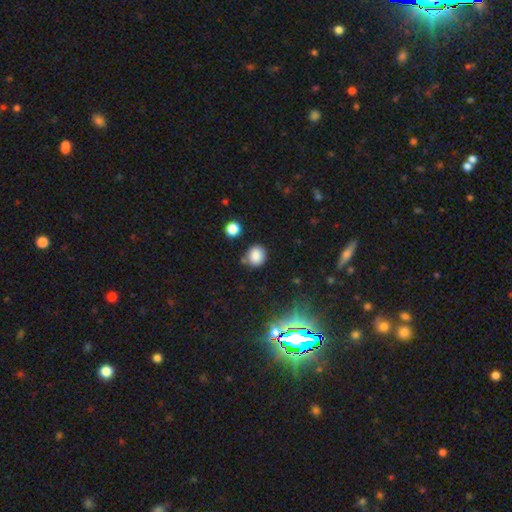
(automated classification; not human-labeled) Smooth or featured?
  - smooth: 83% *
  - star or artifact: 12%
  - featured or disk: 5%
How rounded?
  - round: 76% *
  - in between: 23%
  - cigar-shaped: 1%
Merging?
  - none: 71% *
  - minor disturbance: 17%
  - merger: 7%
  - major disturbance: 4%